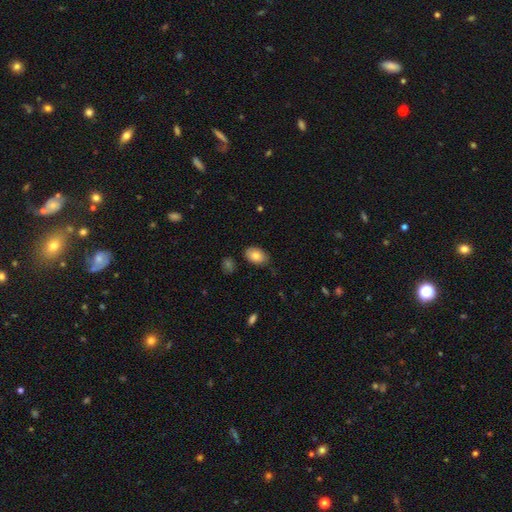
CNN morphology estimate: type=smooth (81%); roundness=in between (88%); merging=none (75%).